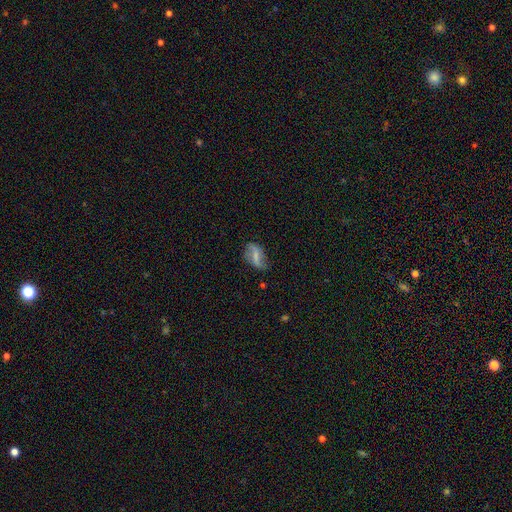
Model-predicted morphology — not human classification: Smooth or featured?
  - featured or disk: 56% *
  - smooth: 35%
  - star or artifact: 9%
Edge-on disk?
  - no: 93% *
  - yes: 7%
Bar?
  - strong: 42% *
  - weak: 39%
  - no: 20%
Spiral arms?
  - yes: 76% *
  - no: 24%
Bulge size?
  - small: 40% *
  - none: 37%
  - moderate: 19%
  - large: 2%
  - dominant: 1%
Merging?
  - none: 66% *
  - minor disturbance: 23%
  - major disturbance: 9%
  - merger: 2%